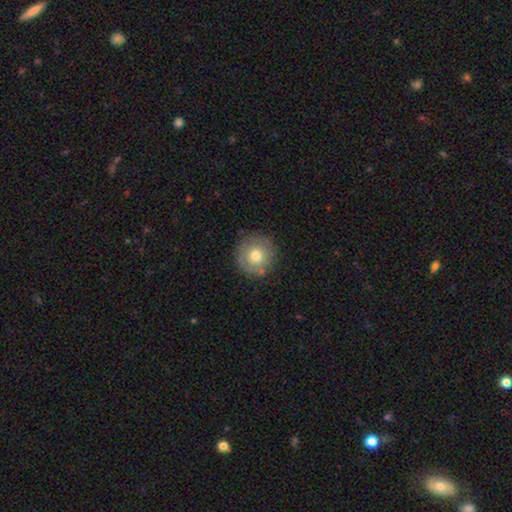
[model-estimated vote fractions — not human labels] Smooth or featured? smooth (72%)
How rounded? round (95%)
Merging? none (85%)